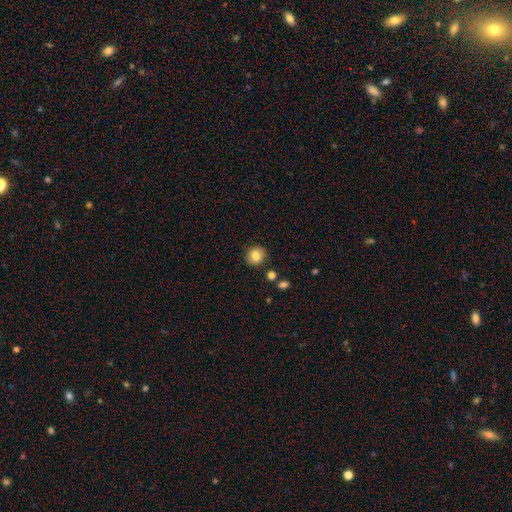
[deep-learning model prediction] Morphology: type=smooth (83%); roundness=round (86%); merging=none (88%).